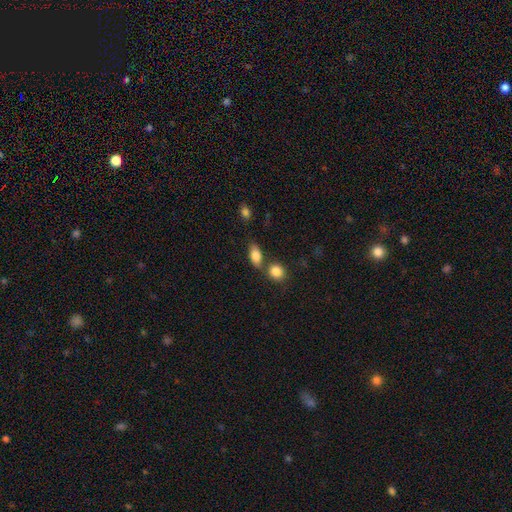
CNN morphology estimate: Smooth or featured: smooth — 80% (featured or disk — 12%)
How rounded: in between — 83% (round — 10%)
Merging: none — 59% (merger — 24%)